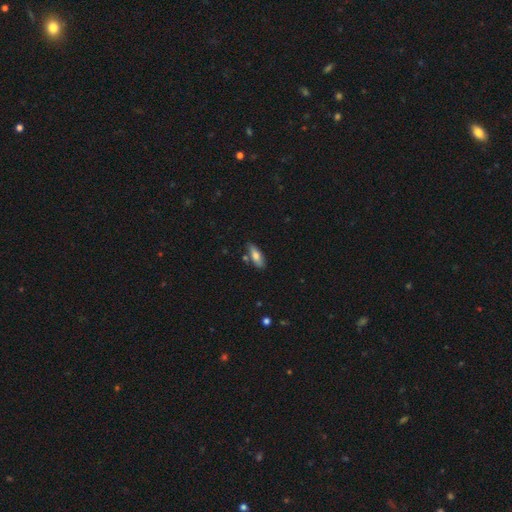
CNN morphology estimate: Smooth or featured?
  - smooth: 73% *
  - featured or disk: 21%
  - star or artifact: 6%
How rounded?
  - in between: 70% *
  - cigar-shaped: 28%
  - round: 3%
Merging?
  - none: 74% *
  - minor disturbance: 16%
  - merger: 6%
  - major disturbance: 3%